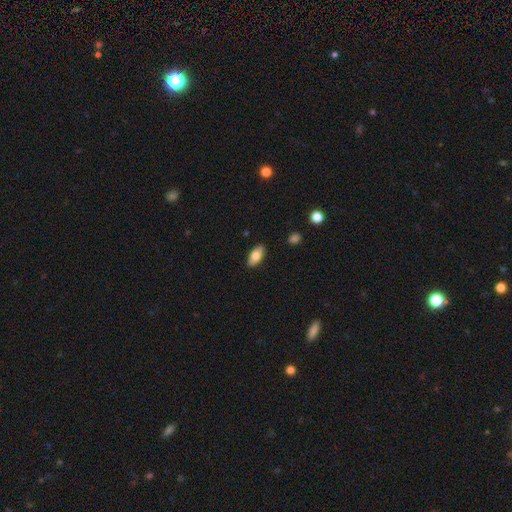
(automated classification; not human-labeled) This appears to be a smooth galaxy with no disk features (79%) that is in between round and cigar-shaped (91%). Merging: none (88%).